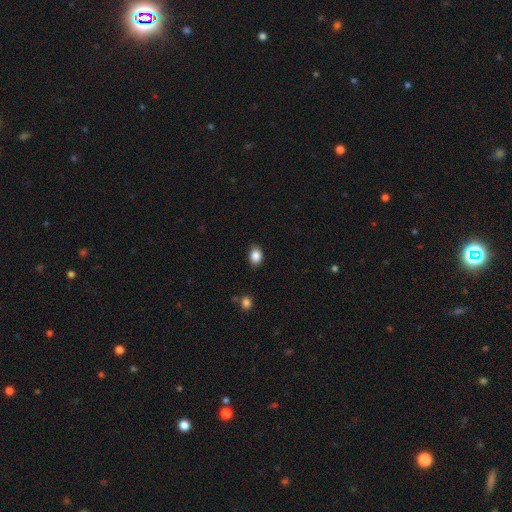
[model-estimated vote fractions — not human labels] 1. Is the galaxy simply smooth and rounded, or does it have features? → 87% smooth, 9% star or artifact, 4% featured or disk.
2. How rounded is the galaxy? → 67% in between, 32% round, 1% cigar-shaped.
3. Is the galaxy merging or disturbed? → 84% none, 12% minor disturbance, 2% major disturbance, 1% merger.